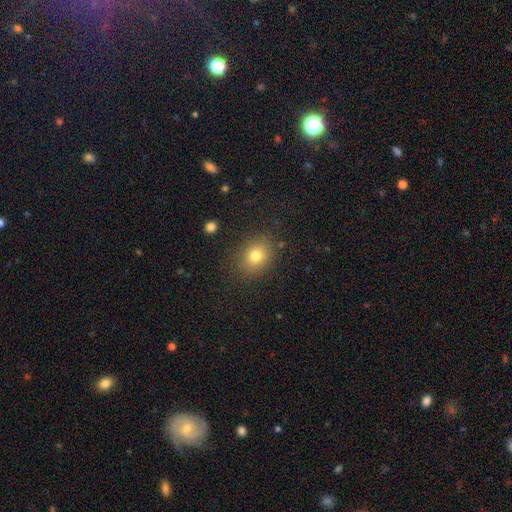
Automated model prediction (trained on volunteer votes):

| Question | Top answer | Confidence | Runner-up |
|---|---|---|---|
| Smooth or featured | smooth | 77% | star or artifact (13%) |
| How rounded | round | 50% | in between (49%) |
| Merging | none | 85% | minor disturbance (10%) |